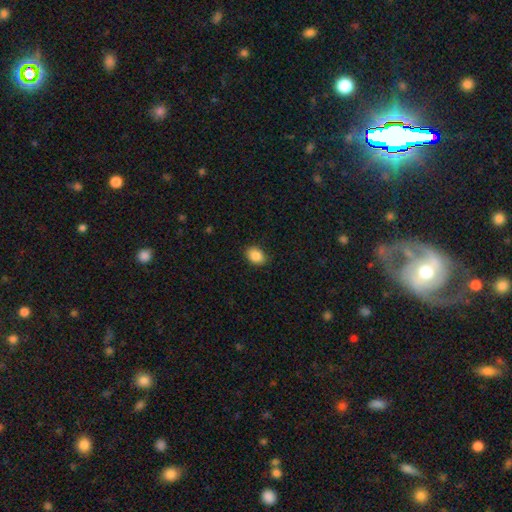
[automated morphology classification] Smooth or featured: smooth — 87% (star or artifact — 8%)
How rounded: in between — 74% (round — 25%)
Merging: none — 87% (minor disturbance — 10%)